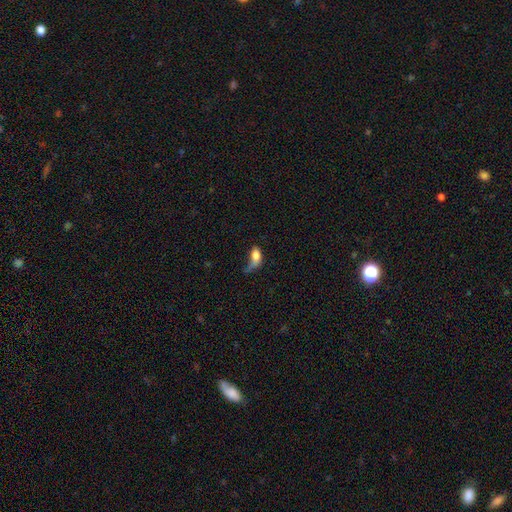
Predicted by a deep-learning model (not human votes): smooth-or-featured: smooth: 73% | featured or disk: 18% | star or artifact: 9%
  how-rounded: in between: 84% | round: 9% | cigar-shaped: 6%
  merging: major disturbance: 46% | minor disturbance: 24% | none: 22% | merger: 8%